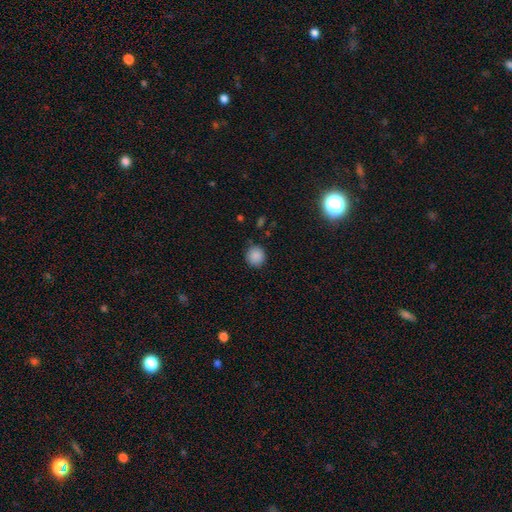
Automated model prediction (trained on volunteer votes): The model was most divided on "smooth or featured": smooth: 87%, star or artifact: 10%, featured or disk: 3%. More confident: how rounded — round (91%); merging — none (88%).